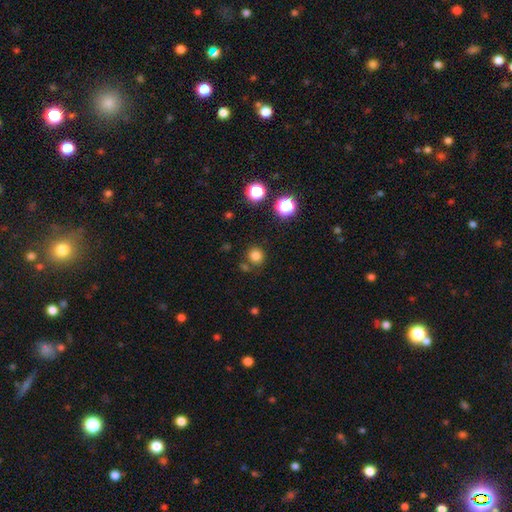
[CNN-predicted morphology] smooth 79%, star or artifact 16%, featured or disk 5%. Down the decision tree: how rounded — round (90%); merging — none (80%).